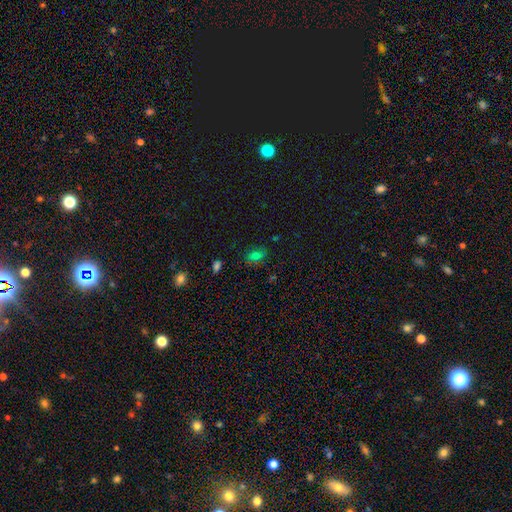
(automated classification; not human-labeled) A smooth galaxy with no disk features (67%) that is in between round and cigar-shaped (72%).

Vote fractions:
- Smooth or featured? smooth: 67% / star or artifact: 21% / featured or disk: 12%
- How rounded? in between: 72% / round: 25% / cigar-shaped: 2%
- Merging? none: 74% / minor disturbance: 18% / major disturbance: 6% / merger: 3%